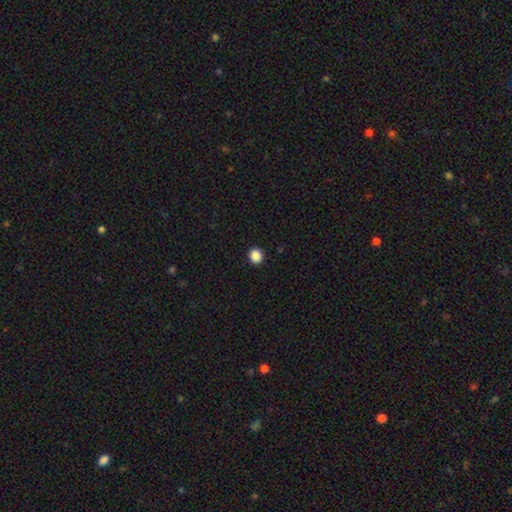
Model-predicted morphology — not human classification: Smooth or featured? Predicted: smooth (p=0.88). How rounded? Predicted: round (p=0.89). Merging? Predicted: none (p=0.93).